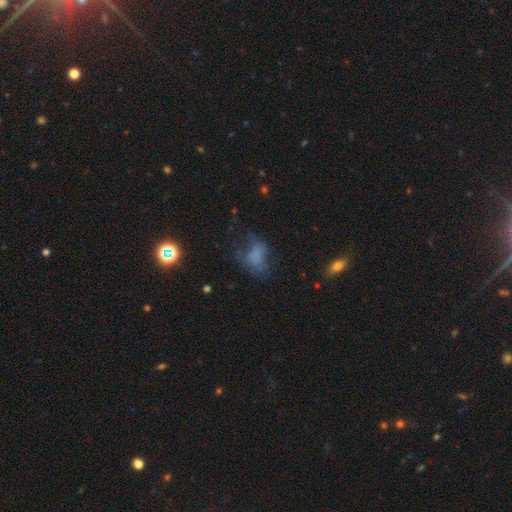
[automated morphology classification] Overall: smooth (53%; featured or disk 28%). How rounded: in between (72%). Merging: none (37%; major disturbance 36%).